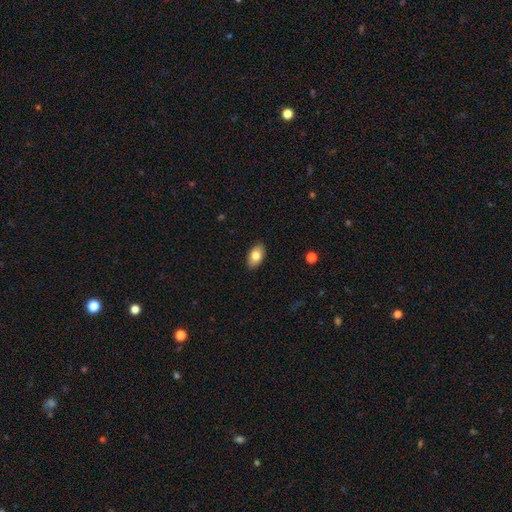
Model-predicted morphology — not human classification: smooth-or-featured: smooth: 79% | featured or disk: 14% | star or artifact: 7%
  how-rounded: in between: 92% | round: 7% | cigar-shaped: 2%
  merging: none: 88% | minor disturbance: 9% | major disturbance: 2% | merger: 1%